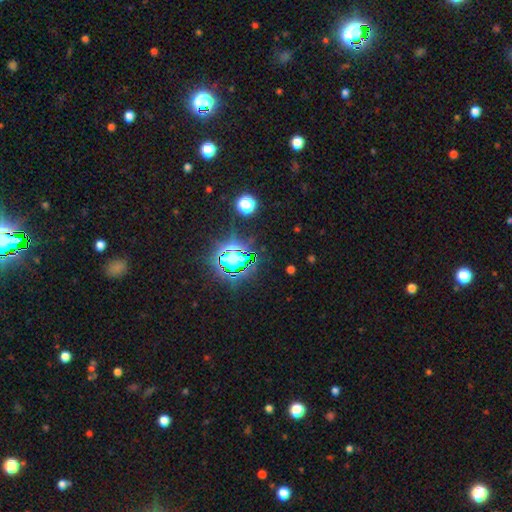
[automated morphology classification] The model was most divided on "smooth or featured": star or artifact: 83%, smooth: 11%, featured or disk: 7%.